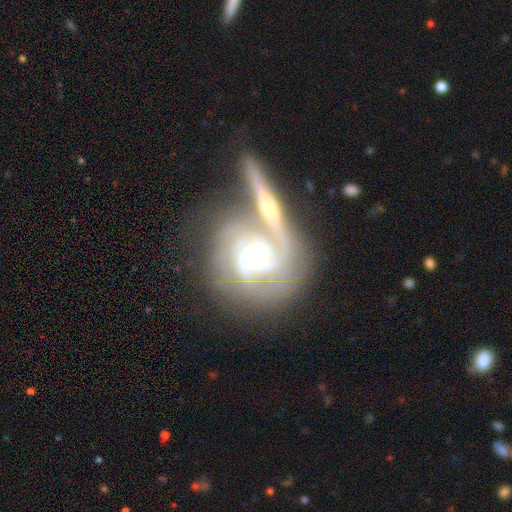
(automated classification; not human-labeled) Smooth or featured? Predicted: featured or disk (p=0.89). Edge-on disk? Predicted: no (p=0.94). Bar? Predicted: no (p=0.46). Spiral arms? Predicted: yes (p=0.97). Spiral winding? Predicted: tight (p=0.70). Spiral arm count? Predicted: 2 (p=0.37). Bulge size? Predicted: moderate (p=0.54). Merging? Predicted: none (p=0.44).